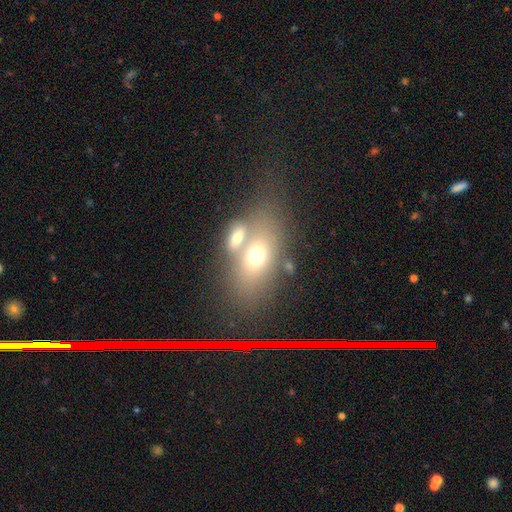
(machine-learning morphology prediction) A smooth galaxy with no disk features (61%) that is in between round and cigar-shaped (80%).

Vote fractions:
- Smooth or featured? smooth: 61% / featured or disk: 26% / star or artifact: 13%
- How rounded? in between: 80% / round: 14% / cigar-shaped: 6%
- Merging? merger: 46% / none: 36% / minor disturbance: 11% / major disturbance: 7%